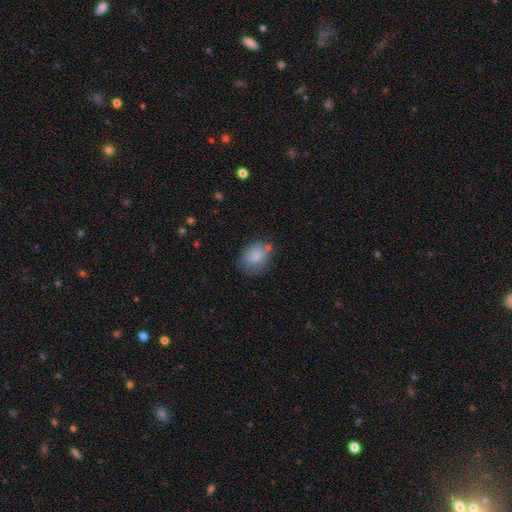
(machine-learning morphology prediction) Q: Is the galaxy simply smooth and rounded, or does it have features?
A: smooth — 79%.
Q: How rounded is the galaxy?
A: in between — 62%.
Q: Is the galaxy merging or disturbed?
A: none — 60%.